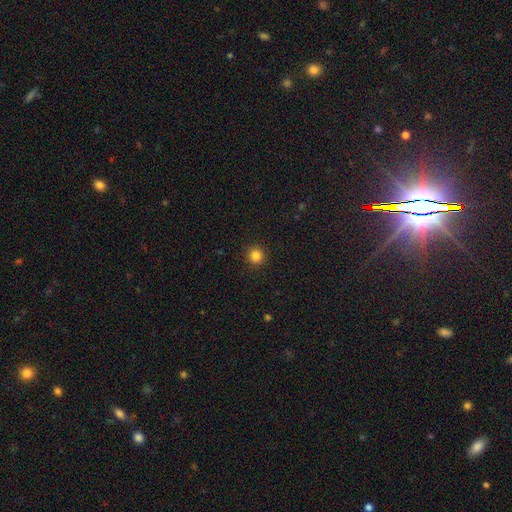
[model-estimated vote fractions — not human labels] The model was most divided on "smooth or featured": smooth: 84%, star or artifact: 12%, featured or disk: 4%. More confident: how rounded — round (94%); merging — none (92%).